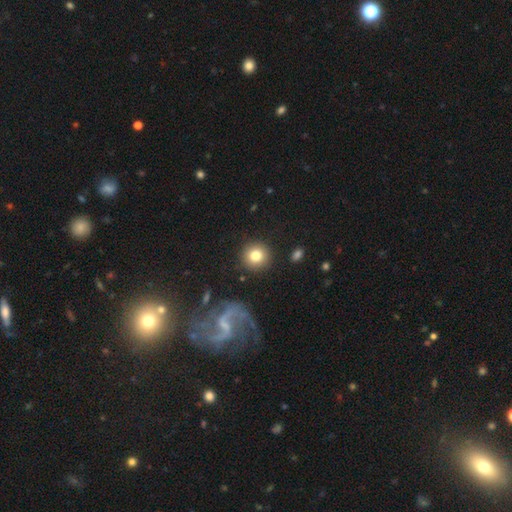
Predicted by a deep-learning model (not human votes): A smooth galaxy with no disk features (80%) that is round (94%).

Vote fractions:
- Smooth or featured? smooth: 80% / featured or disk: 10% / star or artifact: 9%
- How rounded? round: 94% / in between: 5% / cigar-shaped: 1%
- Merging? none: 89% / minor disturbance: 6% / major disturbance: 3% / merger: 2%